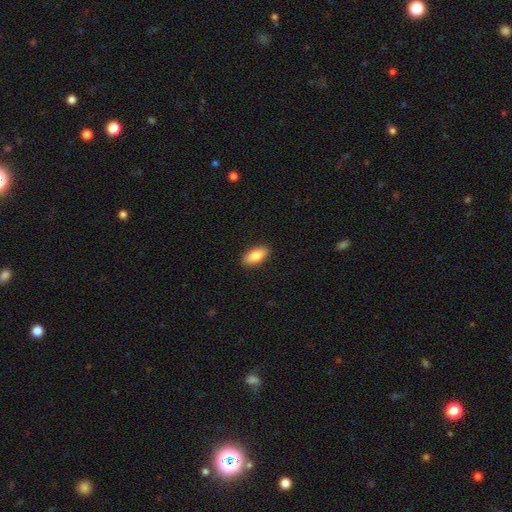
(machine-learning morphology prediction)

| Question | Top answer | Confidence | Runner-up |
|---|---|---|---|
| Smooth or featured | smooth | 83% | featured or disk (11%) |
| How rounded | in between | 88% | cigar-shaped (9%) |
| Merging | none | 90% | minor disturbance (8%) |